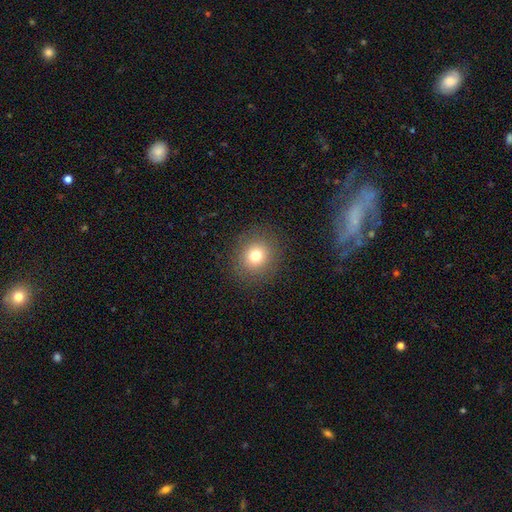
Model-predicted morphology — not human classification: Smooth or featured? Predicted: smooth (p=0.76). How rounded? Predicted: round (p=0.86). Merging? Predicted: none (p=0.89).